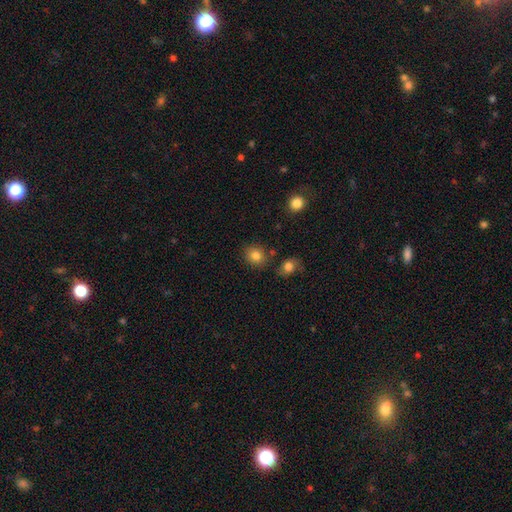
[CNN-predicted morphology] Smooth or featured: smooth — 83% (star or artifact — 11%)
How rounded: round — 74% (in between — 25%)
Merging: none — 80% (minor disturbance — 10%)